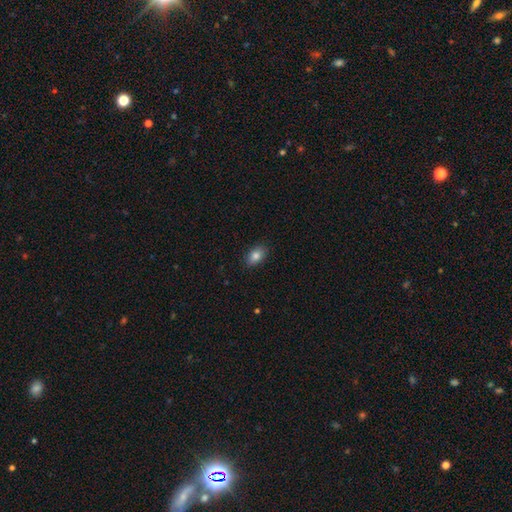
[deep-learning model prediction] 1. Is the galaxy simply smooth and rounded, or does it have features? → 84% smooth, 8% star or artifact, 8% featured or disk.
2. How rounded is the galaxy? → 88% in between, 11% round, 2% cigar-shaped.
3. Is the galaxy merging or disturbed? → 88% none, 9% minor disturbance, 2% major disturbance, 1% merger.